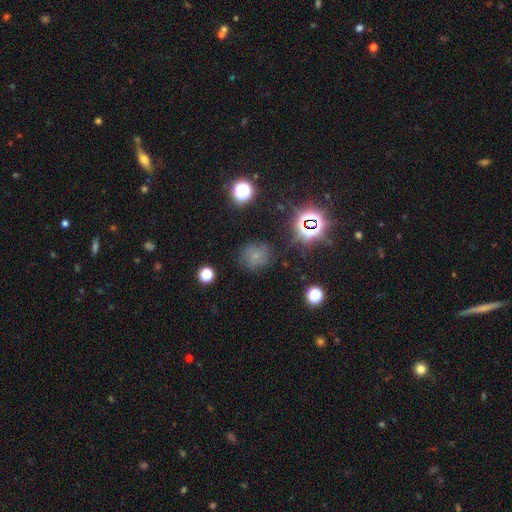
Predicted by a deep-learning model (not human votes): A smooth galaxy with no disk features (54%) that is round (84%).

Vote fractions:
- Smooth or featured? smooth: 54% / star or artifact: 32% / featured or disk: 14%
- How rounded? round: 84% / in between: 15% / cigar-shaped: 1%
- Merging? none: 75% / minor disturbance: 16% / major disturbance: 6% / merger: 3%